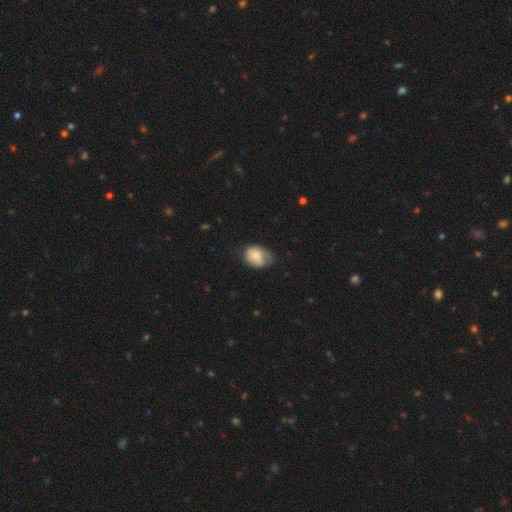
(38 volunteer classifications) Smooth or featured? smooth (71%)
How rounded? in between (67%)
Merging? minor disturbance (49%)